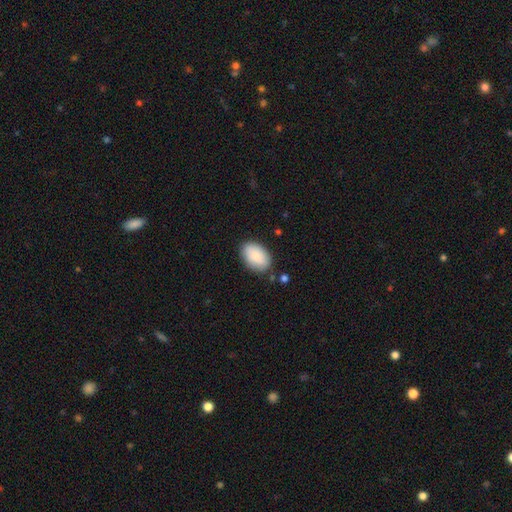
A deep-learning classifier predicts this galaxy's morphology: This is clearly a smooth galaxy (87%). How rounded: clearly in between (91%). Merging: clearly none (82%).